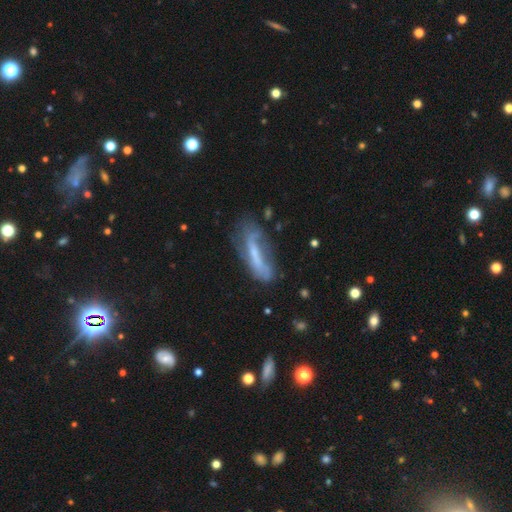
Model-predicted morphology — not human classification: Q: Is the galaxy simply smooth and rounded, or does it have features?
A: featured or disk — 54%.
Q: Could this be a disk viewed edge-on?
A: no — 68%.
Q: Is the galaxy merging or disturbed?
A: none — 45%.